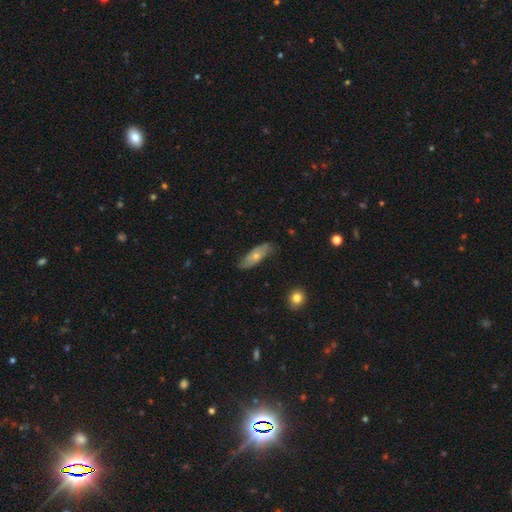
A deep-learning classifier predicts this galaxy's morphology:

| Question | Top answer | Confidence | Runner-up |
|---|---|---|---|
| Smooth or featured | smooth | 57% | featured or disk (37%) |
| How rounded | in between | 67% | cigar-shaped (30%) |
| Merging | none | 75% | minor disturbance (20%) |